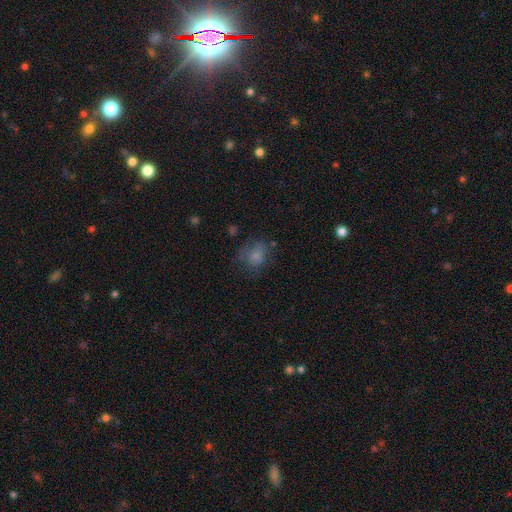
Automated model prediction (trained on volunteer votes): smooth_or_featured: smooth (p=0.70) [alt: featured or disk p=0.17]
how_rounded: round (p=0.56) [alt: in between p=0.43]
merging: none (p=0.51) [alt: minor disturbance p=0.24]